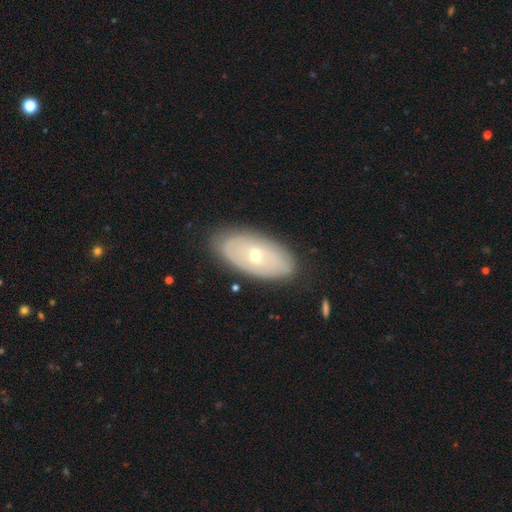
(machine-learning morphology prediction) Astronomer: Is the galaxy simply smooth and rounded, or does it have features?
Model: featured or disk — 56% (runner-up: smooth, 38%).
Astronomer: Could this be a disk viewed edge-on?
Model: no — 87%.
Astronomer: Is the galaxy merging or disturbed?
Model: none — 82%.